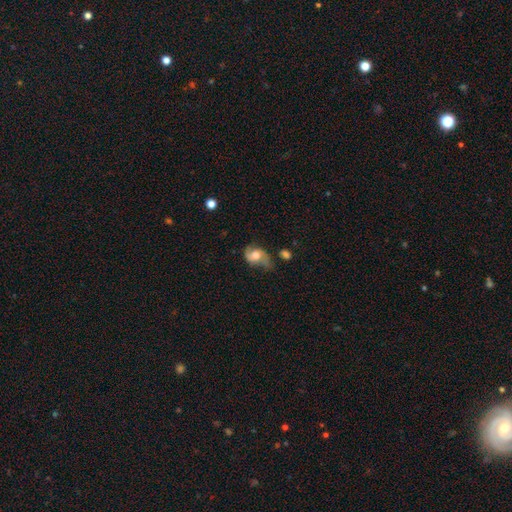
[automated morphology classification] Smooth or featured: featured or disk — 48% (smooth — 44%)
Merging: none — 42% (minor disturbance — 32%)